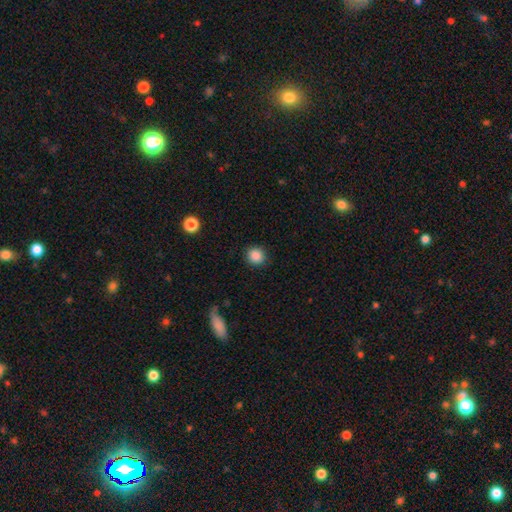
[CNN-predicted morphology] smooth_or_featured: smooth (p=0.88) [alt: star or artifact p=0.10]
how_rounded: round (p=0.90) [alt: in between p=0.09]
merging: none (p=0.90) [alt: minor disturbance p=0.06]